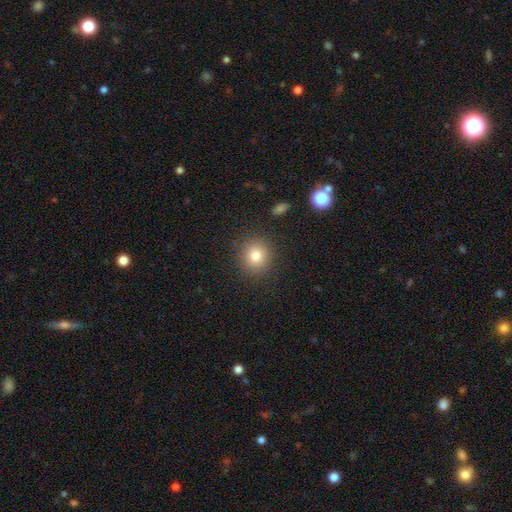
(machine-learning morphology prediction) Smooth or featured? smooth (81%)
How rounded? round (87%)
Merging? none (89%)